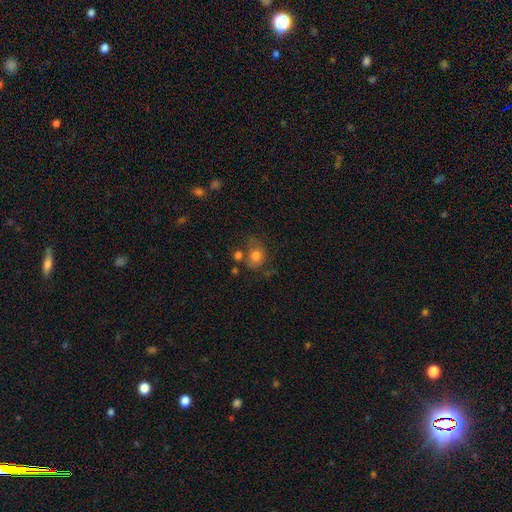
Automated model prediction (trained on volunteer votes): Overall: smooth (76%). How rounded: round (63%; in between 36%). Merging: none (50%; minor disturbance 22%).